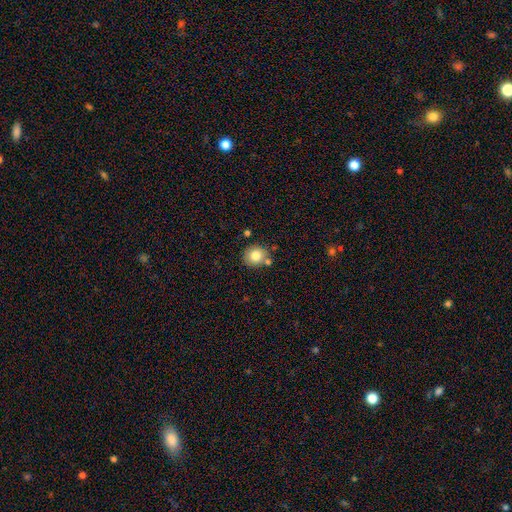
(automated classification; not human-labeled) A smooth galaxy with no disk features (80%) that is round (85%).

Vote fractions:
- Smooth or featured? smooth: 80% / featured or disk: 10% / star or artifact: 10%
- How rounded? round: 85% / in between: 14% / cigar-shaped: 1%
- Merging? none: 73% / merger: 12% / minor disturbance: 12% / major disturbance: 3%